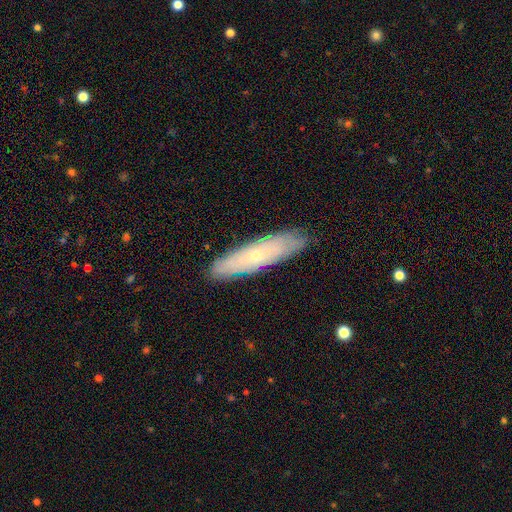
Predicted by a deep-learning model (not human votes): Q: Smooth or featured?
A: featured or disk (56%); runner-up: smooth (37%)
Q: Edge-on disk?
A: no (56%); runner-up: yes (44%)
Q: Merging?
A: none (86%); runner-up: minor disturbance (11%)